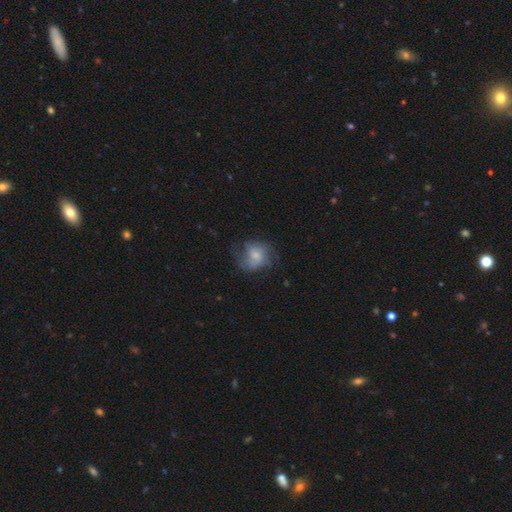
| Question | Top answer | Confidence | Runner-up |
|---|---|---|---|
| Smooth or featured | featured or disk | 62% | smooth (33%) |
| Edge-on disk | no | 100% | — |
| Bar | no | 67% | weak (25%) |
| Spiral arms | yes | 71% | no (29%) |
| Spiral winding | medium | 59% | loose (24%) |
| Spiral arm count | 2 | 53% | can't tell (35%) |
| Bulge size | moderate | 46% | small (42%) |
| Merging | none | 46% | major disturbance (41%) |